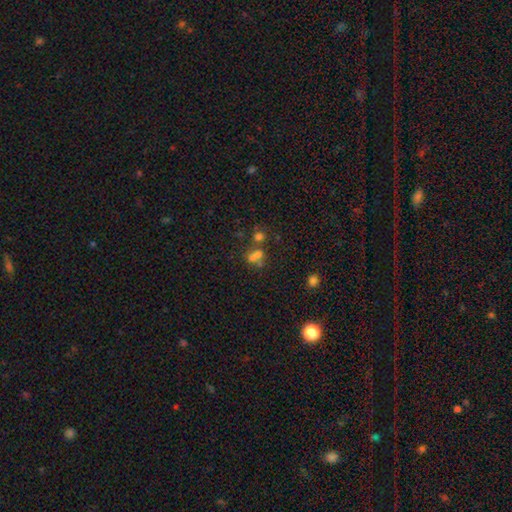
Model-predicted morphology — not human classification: This appears to be a smooth galaxy with no disk features (55%) that is round (70%). Merging: merger (53%).